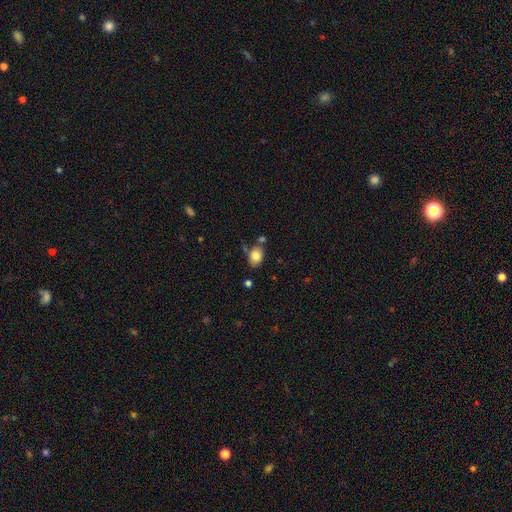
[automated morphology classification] smooth-or-featured: smooth: 82% | featured or disk: 10% | star or artifact: 9%
  how-rounded: in between: 76% | round: 23% | cigar-shaped: 1%
  merging: none: 61% | minor disturbance: 21% | merger: 12% | major disturbance: 6%